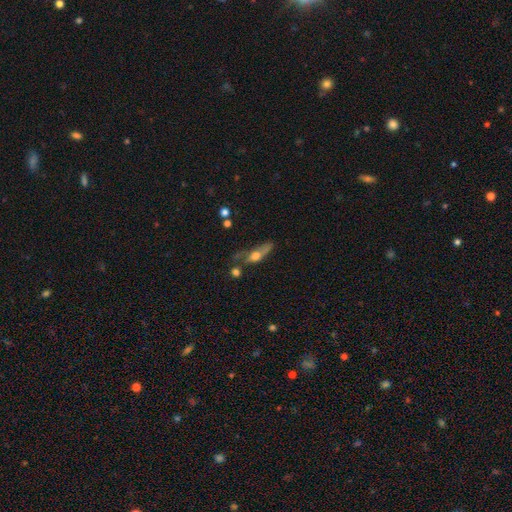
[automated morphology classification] A smooth galaxy with no disk features (50%).

Vote fractions:
- Smooth or featured? smooth: 50% / featured or disk: 40% / star or artifact: 10%
- Merging? none: 31% / major disturbance: 29% / minor disturbance: 23% / merger: 16%